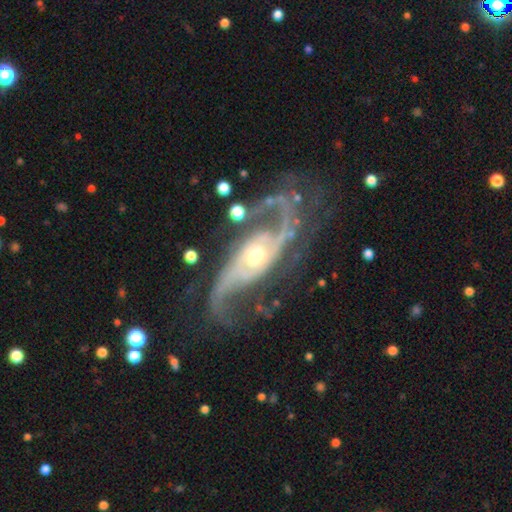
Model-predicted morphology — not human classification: Q: Smooth or featured?
A: featured or disk (91%); runner-up: star or artifact (5%)
Q: Edge-on disk?
A: no (95%); runner-up: yes (5%)
Q: Bar?
A: no (49%); runner-up: weak (36%)
Q: Spiral arms?
A: yes (97%); runner-up: no (3%)
Q: Spiral winding?
A: loose (46%); runner-up: medium (40%)
Q: Spiral arm count?
A: 2 (79%); runner-up: 3 (6%)
Q: Bulge size?
A: moderate (65%); runner-up: small (23%)
Q: Merging?
A: none (57%); runner-up: major disturbance (20%)